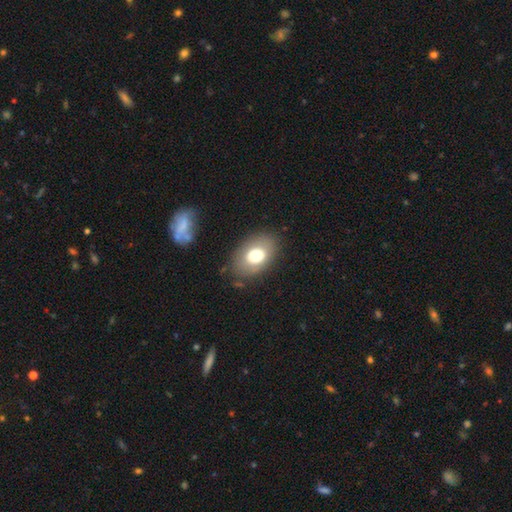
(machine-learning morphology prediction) smooth-or-featured: smooth: 71% | featured or disk: 21% | star or artifact: 8%
  how-rounded: in between: 83% | round: 16% | cigar-shaped: 1%
  merging: none: 80% | minor disturbance: 13% | major disturbance: 5% | merger: 2%